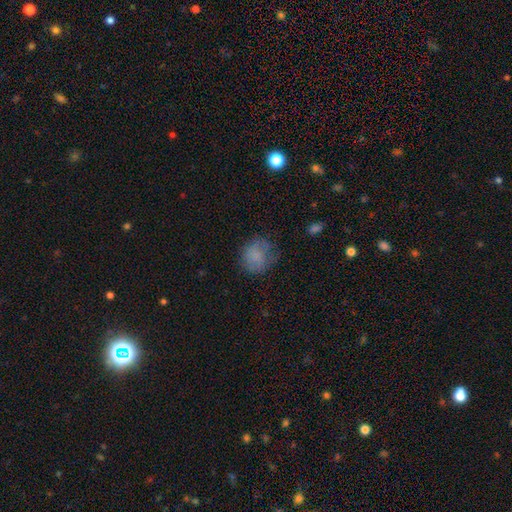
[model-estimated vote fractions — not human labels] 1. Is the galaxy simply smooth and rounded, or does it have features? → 76% smooth, 13% featured or disk, 11% star or artifact.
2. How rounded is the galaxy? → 76% round, 23% in between, 1% cigar-shaped.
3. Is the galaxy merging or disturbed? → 62% none, 25% minor disturbance, 12% major disturbance, 2% merger.